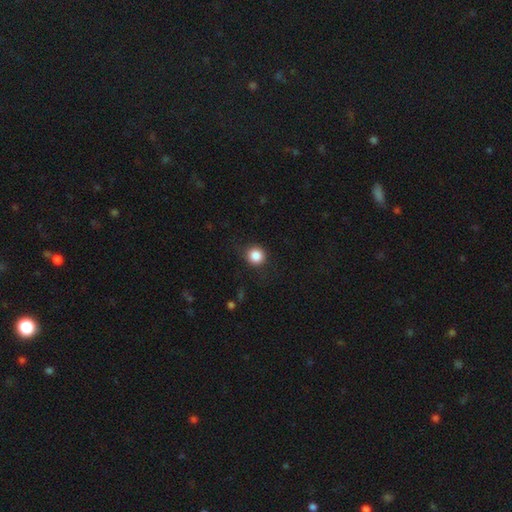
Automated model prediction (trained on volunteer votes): A smooth galaxy with no disk features (86%) that is round (92%). Merging: none (83%).